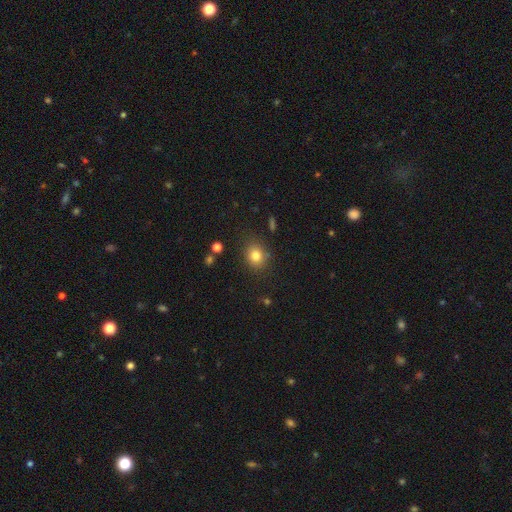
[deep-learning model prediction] A smooth galaxy with no disk features (81%) that is round (62%).

Vote fractions:
- Smooth or featured? smooth: 81% / star or artifact: 12% / featured or disk: 8%
- How rounded? round: 62% / in between: 37% / cigar-shaped: 1%
- Merging? none: 81% / minor disturbance: 12% / major disturbance: 4% / merger: 3%